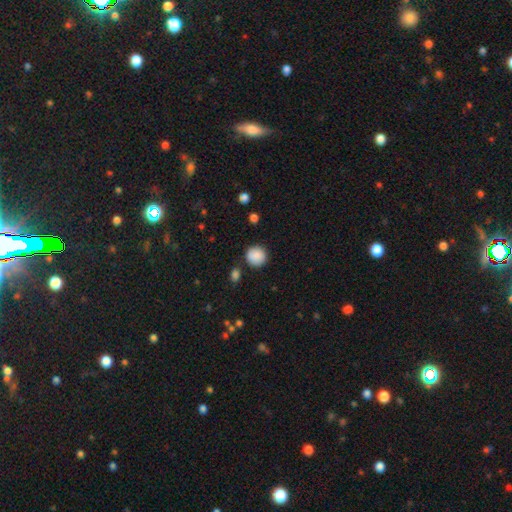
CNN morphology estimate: This is clearly a smooth galaxy (88%). How rounded: clearly round (92%). Merging: clearly none (85%).